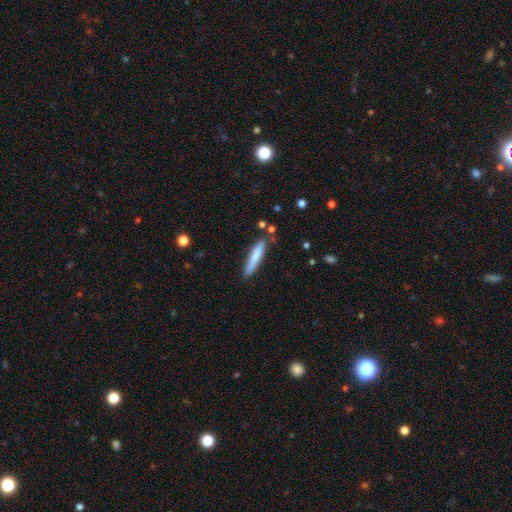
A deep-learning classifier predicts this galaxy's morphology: smooth 77%, featured or disk 17%, star or artifact 6%. Down the decision tree: how rounded — cigar-shaped (88%); merging — none (78%).